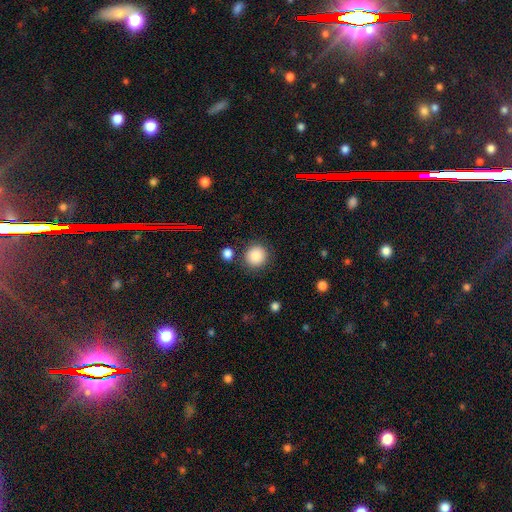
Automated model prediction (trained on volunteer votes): Smooth or featured? Predicted: smooth (p=0.87). How rounded? Predicted: round (p=0.93). Merging? Predicted: none (p=0.85).